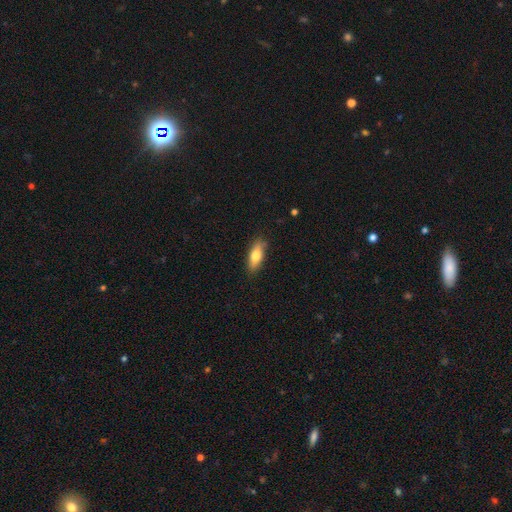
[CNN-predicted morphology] A smooth galaxy with no disk features (72%) that is in between round and cigar-shaped (67%). Merging: none (82%).